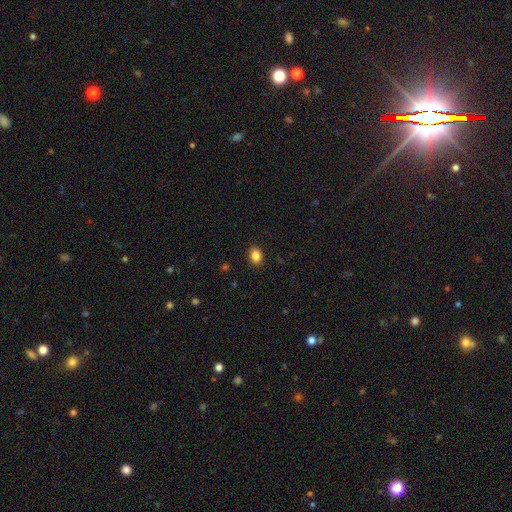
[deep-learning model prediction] A smooth galaxy with no disk features (86%) that is in between round and cigar-shaped (73%).

Vote fractions:
- Smooth or featured? smooth: 86% / star or artifact: 9% / featured or disk: 5%
- How rounded? in between: 73% / round: 26% / cigar-shaped: 1%
- Merging? none: 90% / minor disturbance: 7% / major disturbance: 2% / merger: 1%